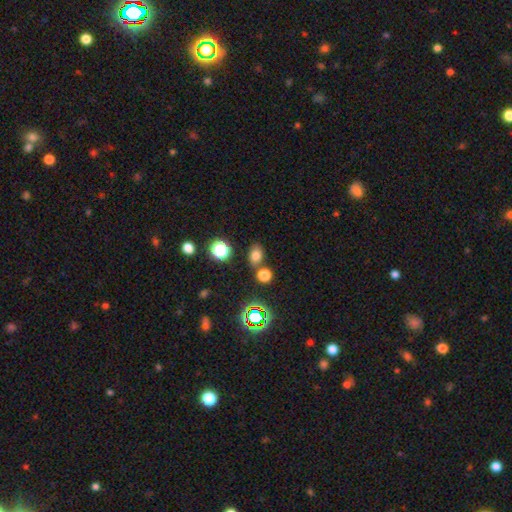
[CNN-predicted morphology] Smooth or featured: smooth — 72% (star or artifact — 20%)
How rounded: in between — 64% (round — 34%)
Merging: none — 72% (merger — 14%)